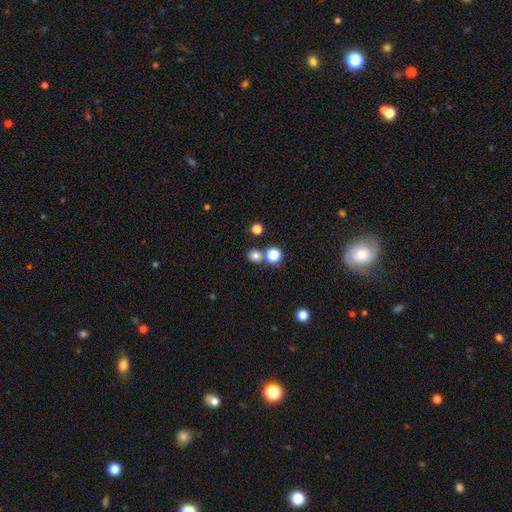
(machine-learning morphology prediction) This appears to be a smooth galaxy with no disk features (76%) that is round (85%). Merging: none (71%).